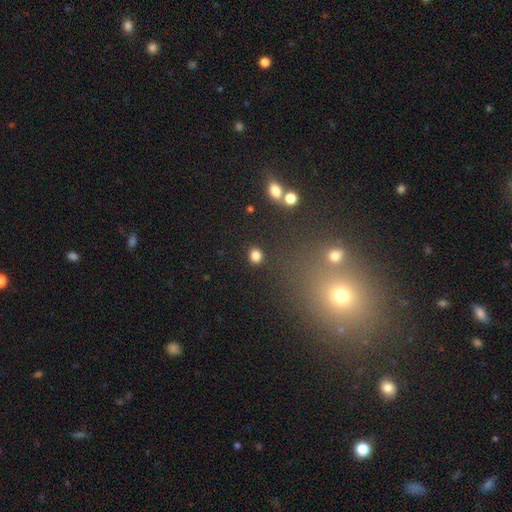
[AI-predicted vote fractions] Morphology: type=smooth (83%); roundness=round (71%); merging=none (88%).